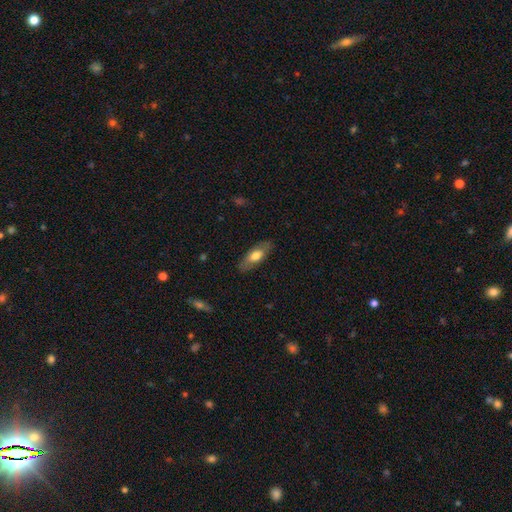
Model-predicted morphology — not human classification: Smooth or featured?
  - smooth: 66% *
  - featured or disk: 28%
  - star or artifact: 6%
How rounded?
  - in between: 74% *
  - cigar-shaped: 24%
  - round: 3%
Merging?
  - none: 84% *
  - minor disturbance: 12%
  - major disturbance: 3%
  - merger: 1%